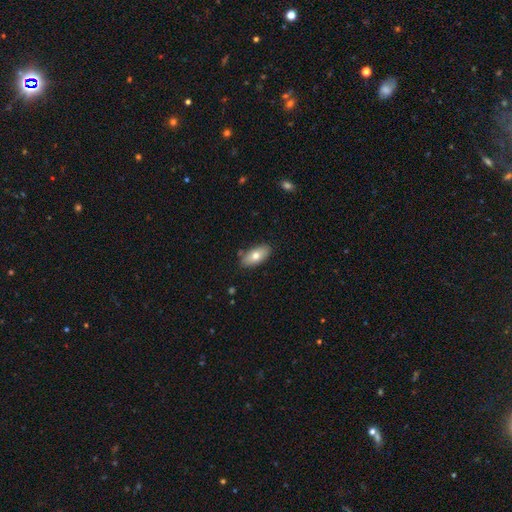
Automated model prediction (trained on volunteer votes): smooth_or_featured: smooth (p=0.72) [alt: featured or disk p=0.21]
how_rounded: in between (p=0.88) [alt: cigar-shaped p=0.08]
merging: none (p=0.84) [alt: minor disturbance p=0.12]